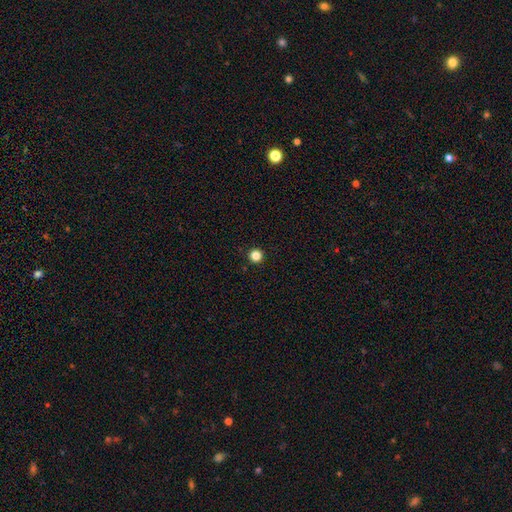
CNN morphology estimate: This appears to be a smooth galaxy with no disk features (84%) that is round (97%). Merging: none (94%).